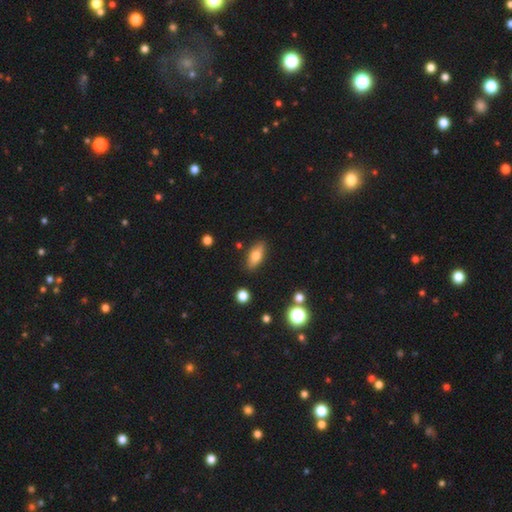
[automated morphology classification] Smooth or featured: smooth — 64% (featured or disk — 28%)
How rounded: in between — 71% (cigar-shaped — 25%)
Merging: none — 86% (minor disturbance — 10%)